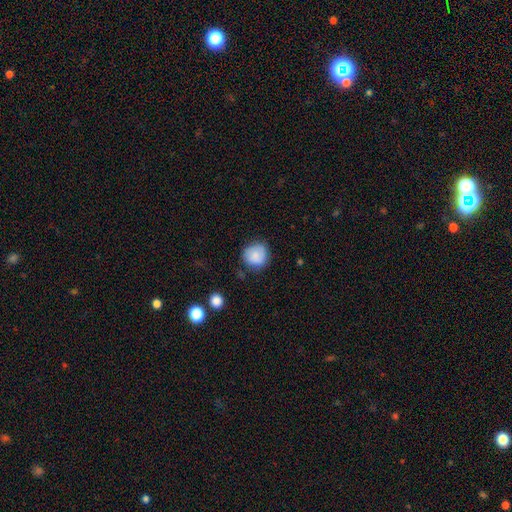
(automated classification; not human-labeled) Overall: smooth (82%). How rounded: round (86%). Merging: none (74%).